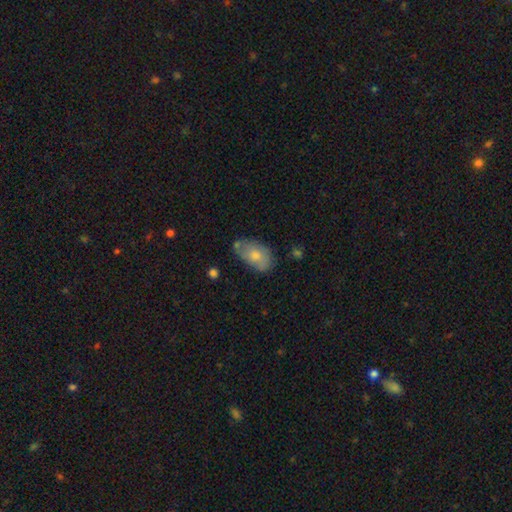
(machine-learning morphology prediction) type=smooth (69%); roundness=in between (91%); merging=none (49%).